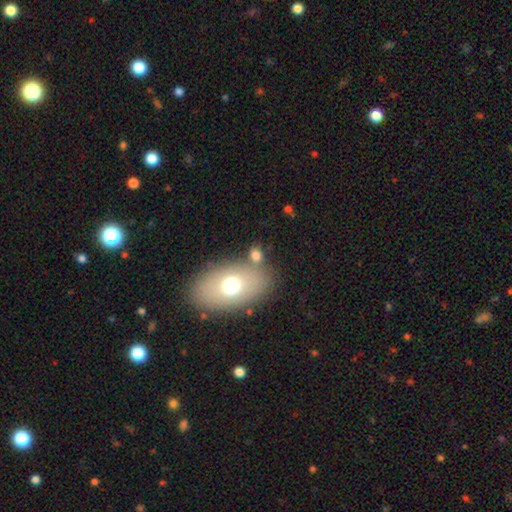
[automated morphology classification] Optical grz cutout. It shows a smooth galaxy with no disk features (70%) that is in between round and cigar-shaped (71%). Merging: none (64%).